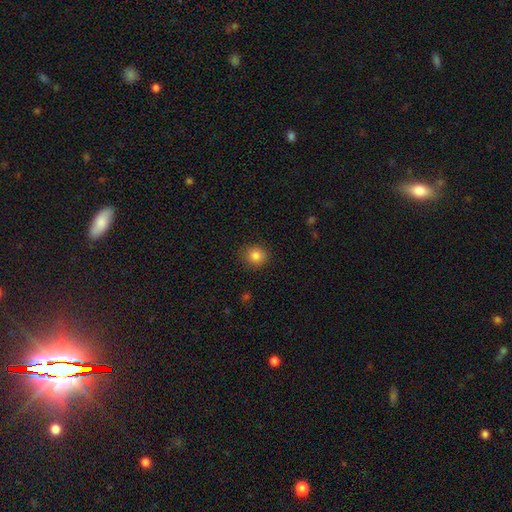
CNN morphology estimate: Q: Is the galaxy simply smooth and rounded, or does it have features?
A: smooth — 84%.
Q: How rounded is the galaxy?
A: round — 85%.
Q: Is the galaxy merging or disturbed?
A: none — 89%.